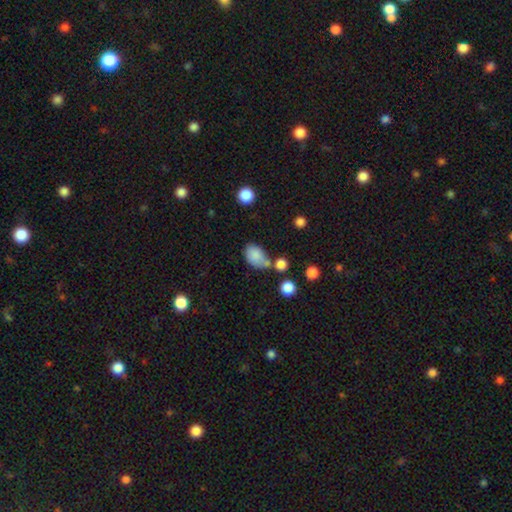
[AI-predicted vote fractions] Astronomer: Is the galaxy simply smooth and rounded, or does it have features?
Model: smooth — 82%.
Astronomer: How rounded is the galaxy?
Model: in between — 82%.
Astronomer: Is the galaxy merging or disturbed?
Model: none — 45% (runner-up: minor disturbance, 24%).